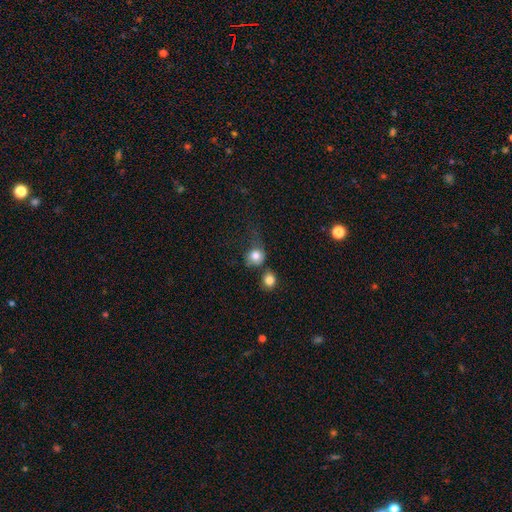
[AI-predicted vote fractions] Smooth or featured?
  - smooth: 81% *
  - star or artifact: 10%
  - featured or disk: 9%
How rounded?
  - round: 81% *
  - in between: 17%
  - cigar-shaped: 1%
Merging?
  - none: 42% *
  - merger: 22%
  - minor disturbance: 21%
  - major disturbance: 15%